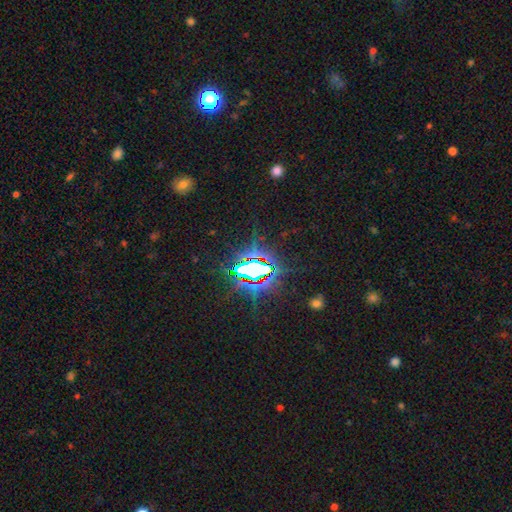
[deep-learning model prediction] star or artifact 83%, smooth 10%, featured or disk 7%.